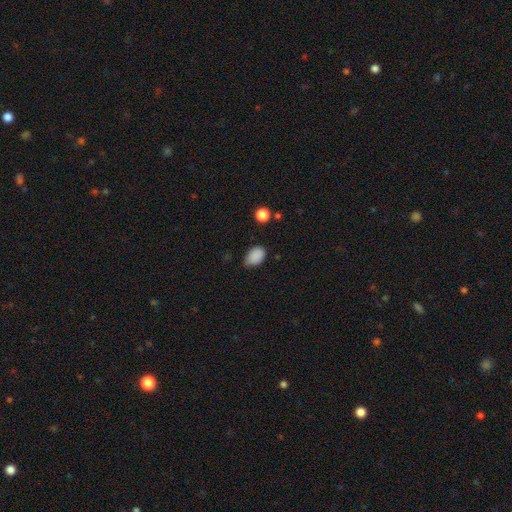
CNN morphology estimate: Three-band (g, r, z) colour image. It shows a smooth galaxy with no disk features (87%) that is in between round and cigar-shaped (83%). Merging: none (64%).